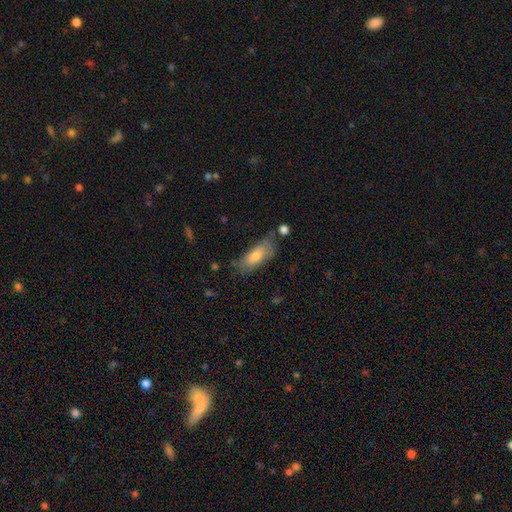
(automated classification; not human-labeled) smooth-or-featured: smooth: 71% | featured or disk: 22% | star or artifact: 7%
  how-rounded: in between: 74% | cigar-shaped: 24% | round: 2%
  merging: none: 61% | minor disturbance: 25% | major disturbance: 8% | merger: 5%